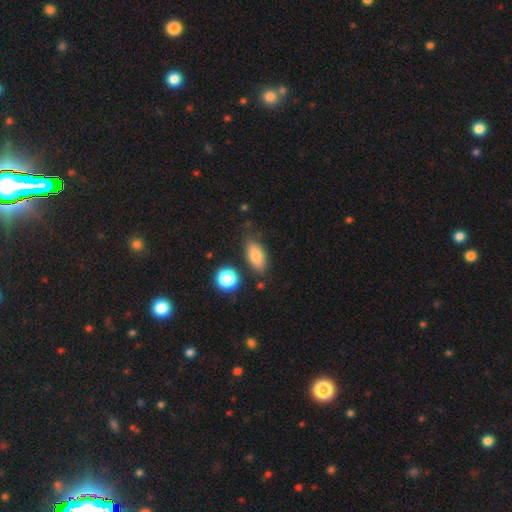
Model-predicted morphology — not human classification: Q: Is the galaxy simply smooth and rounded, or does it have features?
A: smooth — 80%.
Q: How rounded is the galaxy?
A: in between — 83%.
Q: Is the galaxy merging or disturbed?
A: none — 75%.